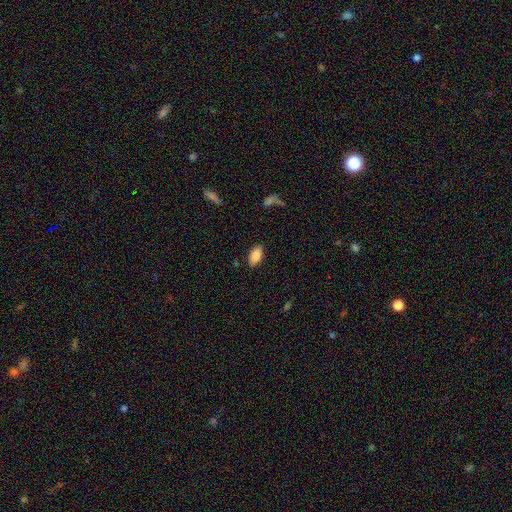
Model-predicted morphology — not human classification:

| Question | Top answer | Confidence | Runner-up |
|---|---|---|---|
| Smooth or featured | smooth | 88% | star or artifact (7%) |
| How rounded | in between | 93% | cigar-shaped (4%) |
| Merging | none | 85% | minor disturbance (11%) |